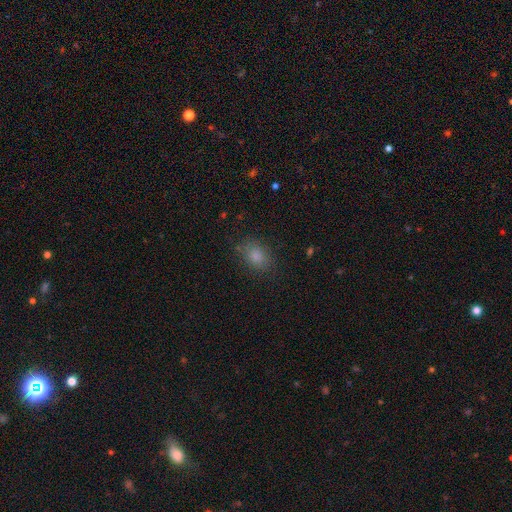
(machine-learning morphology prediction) A smooth galaxy with no disk features (78%) that is in between round and cigar-shaped (60%). Merging: none (82%).